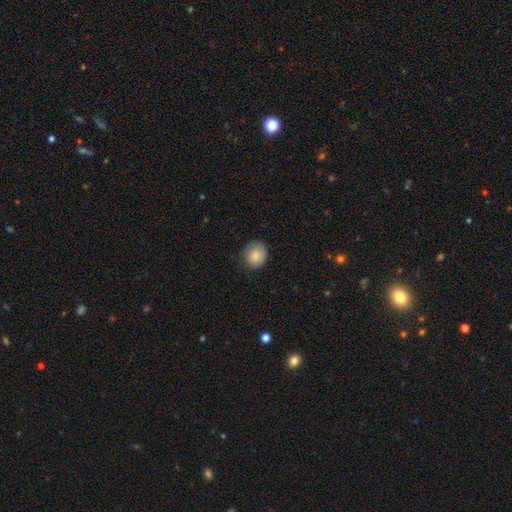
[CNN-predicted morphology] Smooth or featured?
  - smooth: 83% *
  - featured or disk: 10%
  - star or artifact: 7%
How rounded?
  - round: 68% *
  - in between: 31%
  - cigar-shaped: 1%
Merging?
  - none: 73% *
  - minor disturbance: 21%
  - major disturbance: 5%
  - merger: 1%